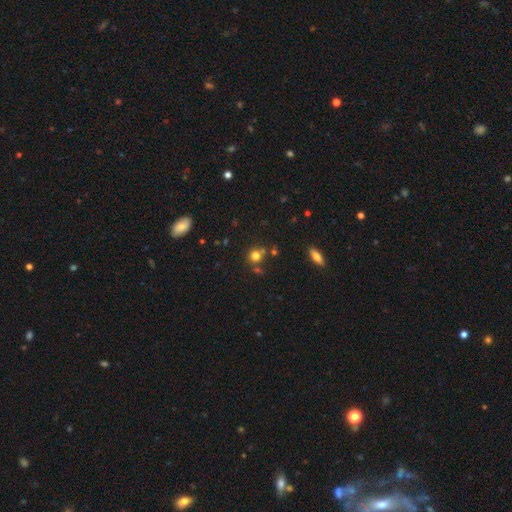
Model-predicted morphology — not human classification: type=smooth (76%); roundness=round (86%); merging=none (67%).